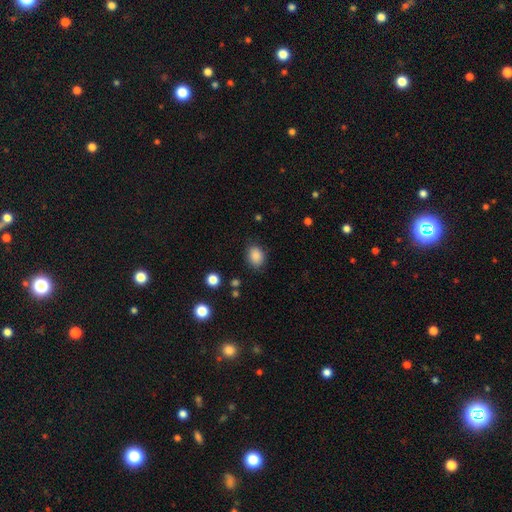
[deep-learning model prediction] smooth_or_featured: smooth (p=0.87) [alt: star or artifact p=0.10]
how_rounded: in between (p=0.57) [alt: round p=0.42]
merging: none (p=0.82) [alt: minor disturbance p=0.13]